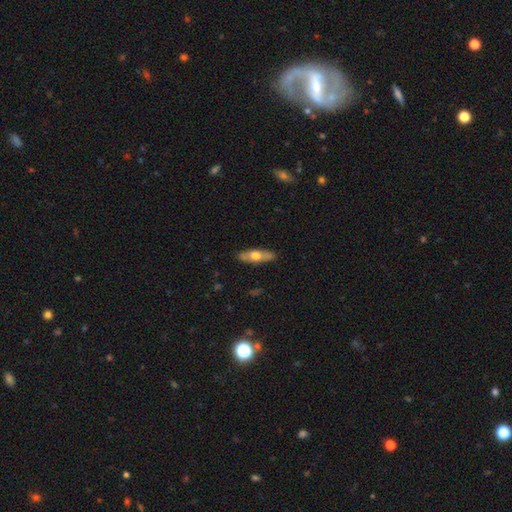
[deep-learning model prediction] Smooth or featured? Predicted: smooth (p=0.50). Merging? Predicted: none (p=0.87).